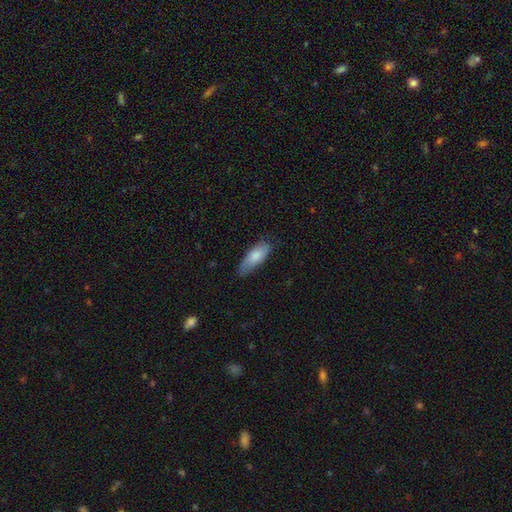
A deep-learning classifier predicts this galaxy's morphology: Smooth or featured?
  - smooth: 81% *
  - featured or disk: 13%
  - star or artifact: 6%
How rounded?
  - in between: 69% *
  - cigar-shaped: 30%
  - round: 2%
Merging?
  - none: 68% *
  - minor disturbance: 26%
  - major disturbance: 5%
  - merger: 1%